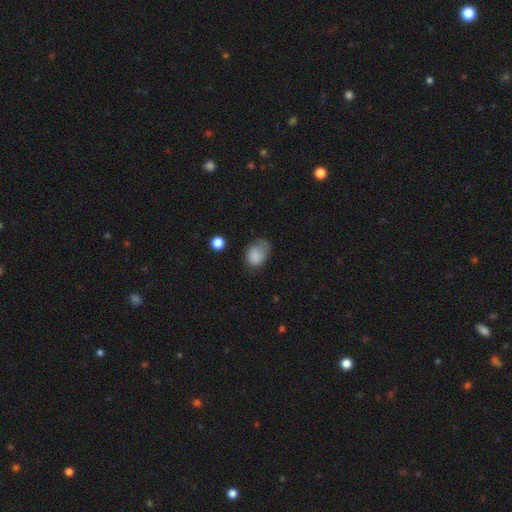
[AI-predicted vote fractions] Smooth or featured? Predicted: smooth (p=0.82). How rounded? Predicted: in between (p=0.69). Merging? Predicted: none (p=0.40).